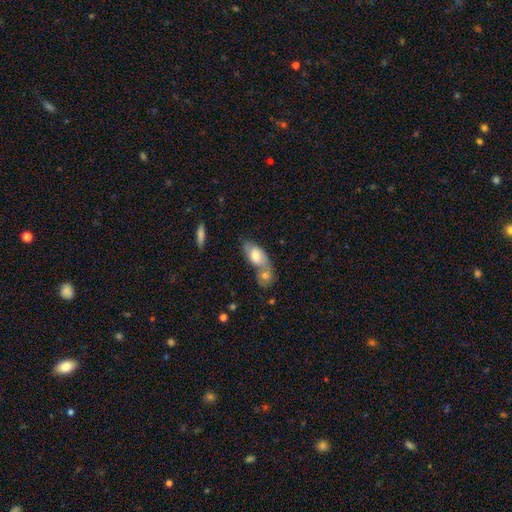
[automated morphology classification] A smooth galaxy with no disk features (63%) that is in between round and cigar-shaped (86%). Merging: merger (56%).